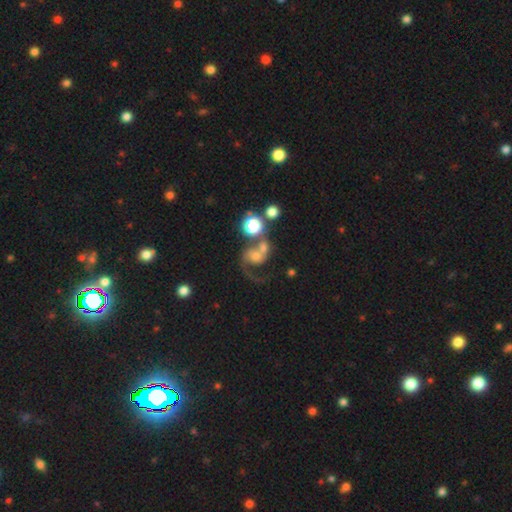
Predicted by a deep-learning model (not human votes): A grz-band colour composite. It shows a featured or disk galaxy (62%) with no bar (70%), 2 (48%) loose (60%) spiral arms (85%) and a moderate central bulge (36%). Merging: merger (43%).